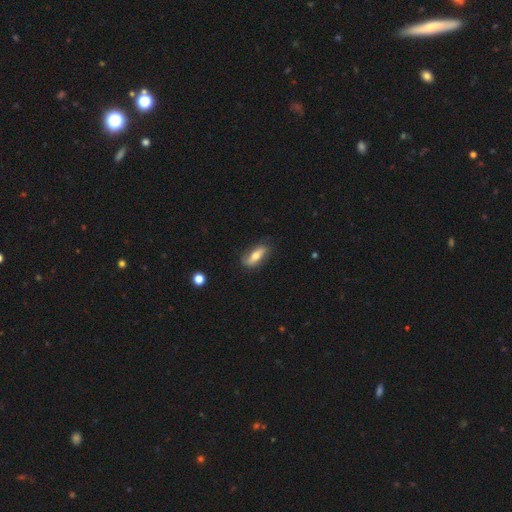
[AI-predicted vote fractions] This is possibly a smooth galaxy (50%). Merging: likely none (75%).